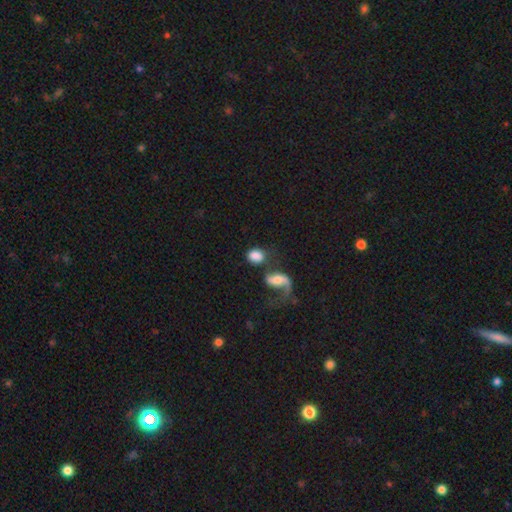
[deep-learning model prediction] Smooth or featured? smooth (69%)
How rounded? in between (52%)
Merging? none (41%)